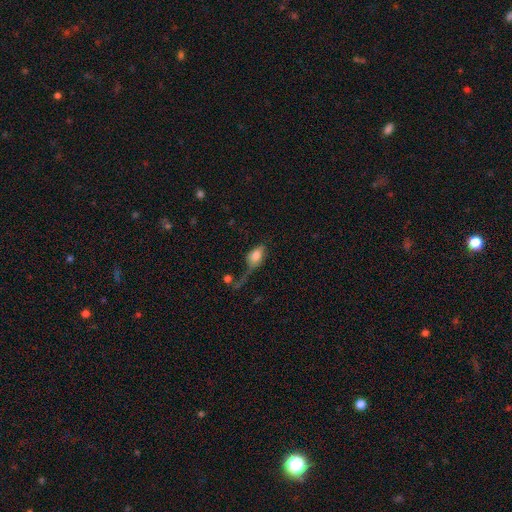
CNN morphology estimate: Overall: smooth (71%). How rounded: in between (84%). Merging: major disturbance (44%; none 23%).